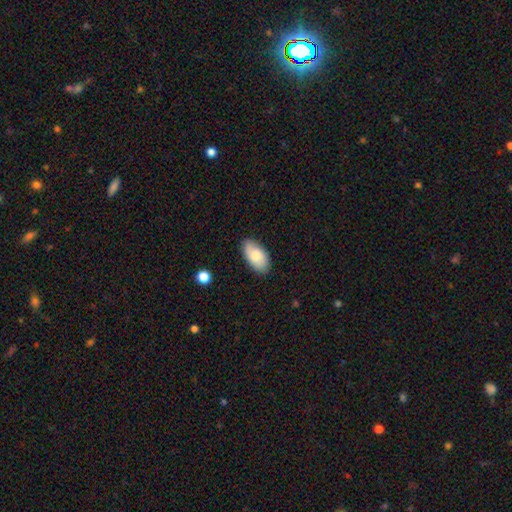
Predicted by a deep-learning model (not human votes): Q: Smooth or featured?
A: smooth (76%); runner-up: featured or disk (17%)
Q: How rounded?
A: in between (95%); runner-up: round (3%)
Q: Merging?
A: none (84%); runner-up: minor disturbance (13%)